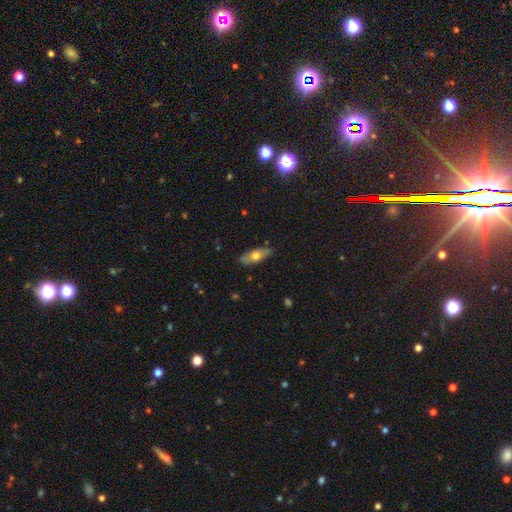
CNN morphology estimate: smooth-or-featured: smooth: 60% | featured or disk: 33% | star or artifact: 6%
  how-rounded: in between: 73% | cigar-shaped: 24% | round: 3%
  merging: none: 82% | minor disturbance: 14% | major disturbance: 2% | merger: 1%